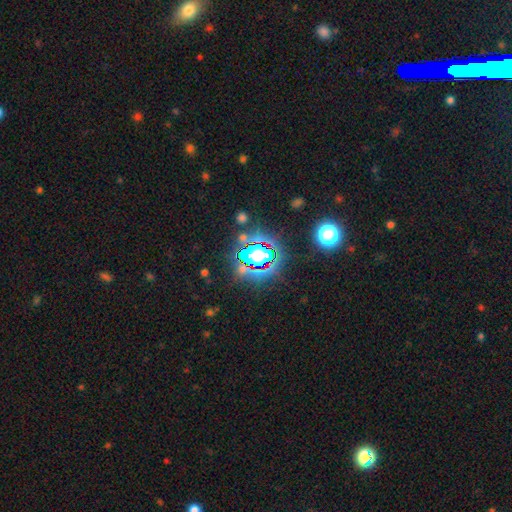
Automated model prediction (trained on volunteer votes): star or artifact 63%, smooth 24%, featured or disk 12%.